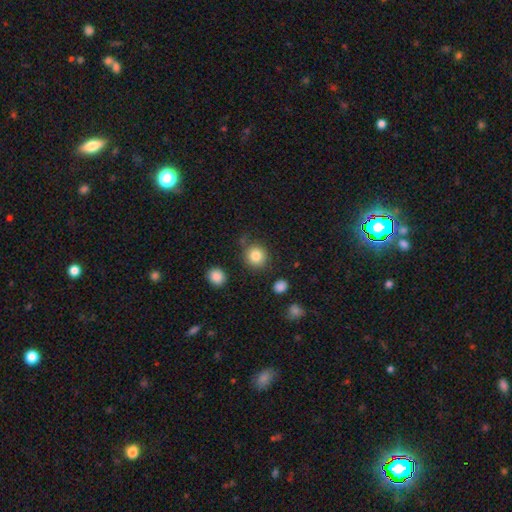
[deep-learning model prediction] A smooth galaxy with no disk features (83%) that is round (90%).

Vote fractions:
- Smooth or featured? smooth: 83% / star or artifact: 10% / featured or disk: 7%
- How rounded? round: 90% / in between: 9% / cigar-shaped: 1%
- Merging? none: 83% / minor disturbance: 10% / merger: 4% / major disturbance: 3%